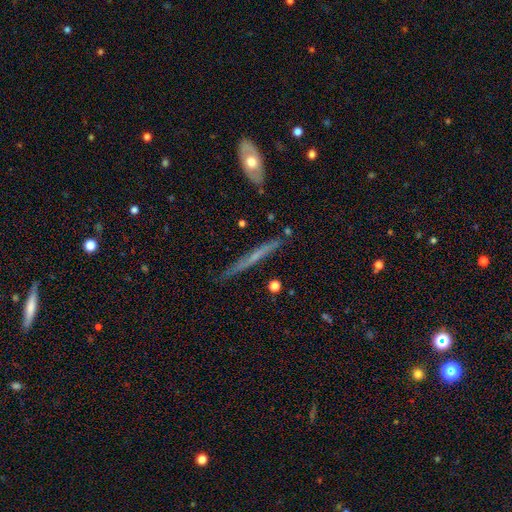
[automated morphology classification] The model was most divided on "smooth or featured": featured or disk: 59%, smooth: 33%, star or artifact: 8%. More confident: edge-on disk — yes (94%); merging — none (83%); edge-on bulge — none (67%).